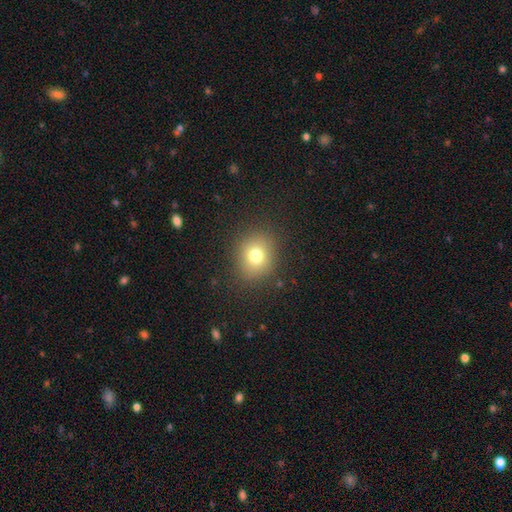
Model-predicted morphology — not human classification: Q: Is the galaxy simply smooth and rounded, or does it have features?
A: smooth — 75%.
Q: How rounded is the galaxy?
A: round — 70%.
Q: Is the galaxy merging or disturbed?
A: none — 86%.